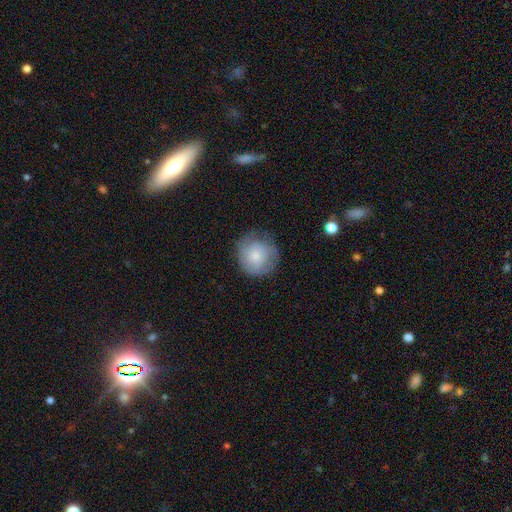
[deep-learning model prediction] Smooth or featured: smooth — 65% (featured or disk — 28%)
How rounded: round — 90% (in between — 9%)
Merging: none — 69% (minor disturbance — 21%)